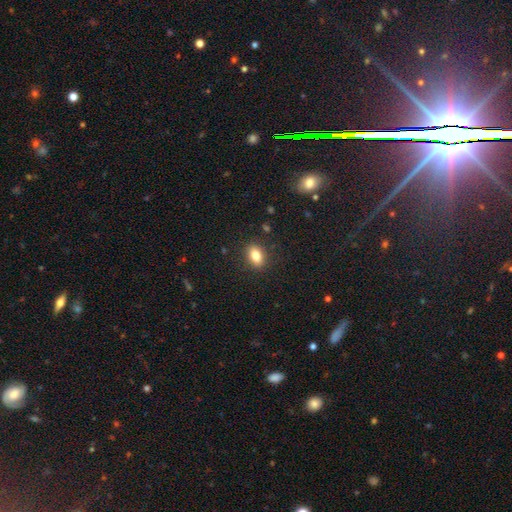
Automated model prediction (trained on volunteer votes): The model was most divided on "how rounded": in between: 78%, round: 20%, cigar-shaped: 2%. More confident: merging — none (88%); smooth or featured — smooth (82%).